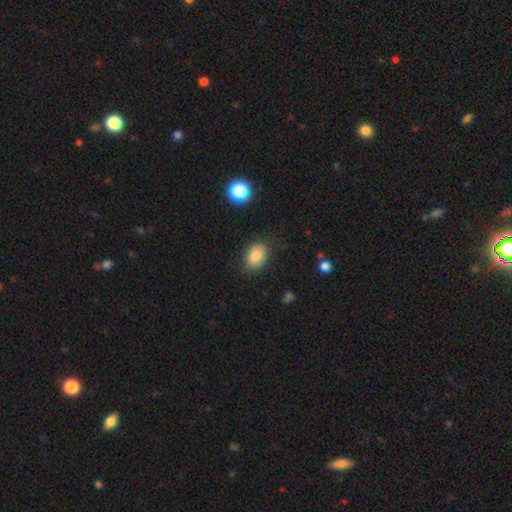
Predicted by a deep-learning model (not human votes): A smooth galaxy with no disk features (83%) that is in between round and cigar-shaped (77%).

Vote fractions:
- Smooth or featured? smooth: 83% / star or artifact: 9% / featured or disk: 8%
- How rounded? in between: 77% / round: 22% / cigar-shaped: 1%
- Merging? none: 83% / minor disturbance: 12% / major disturbance: 3% / merger: 1%